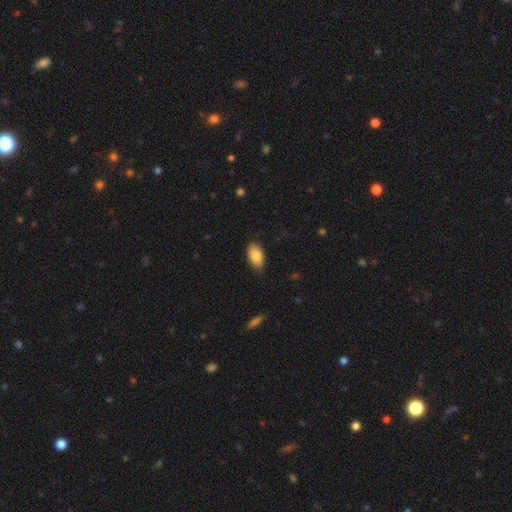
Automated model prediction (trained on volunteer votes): This is clearly a smooth galaxy (85%). How rounded: clearly in between (93%). Merging: clearly none (80%).